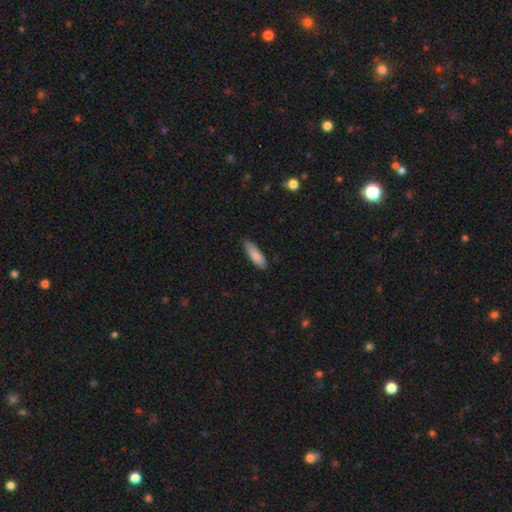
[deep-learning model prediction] This is clearly a smooth galaxy (85%). How rounded: possibly cigar-shaped (52%). Merging: likely none (75%).